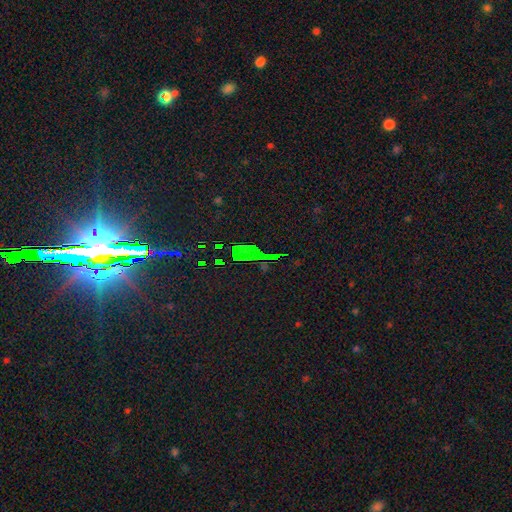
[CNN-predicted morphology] A star or artifact, not a galaxy (77%).

Vote fractions:
- Smooth or featured? star or artifact: 77% / smooth: 12% / featured or disk: 11%